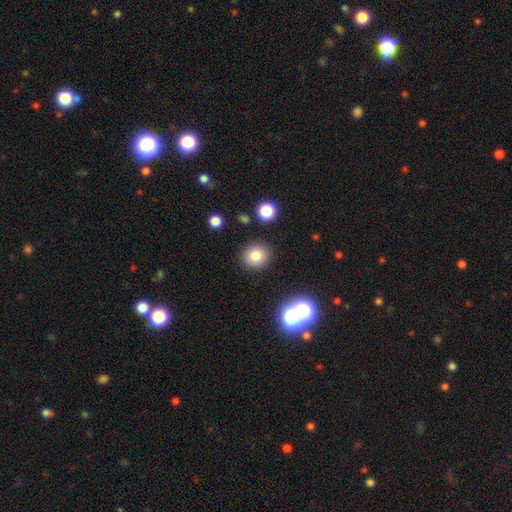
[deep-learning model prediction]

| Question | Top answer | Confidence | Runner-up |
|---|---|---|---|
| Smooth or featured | smooth | 79% | star or artifact (13%) |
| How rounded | round | 86% | in between (13%) |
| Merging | none | 88% | minor disturbance (7%) |